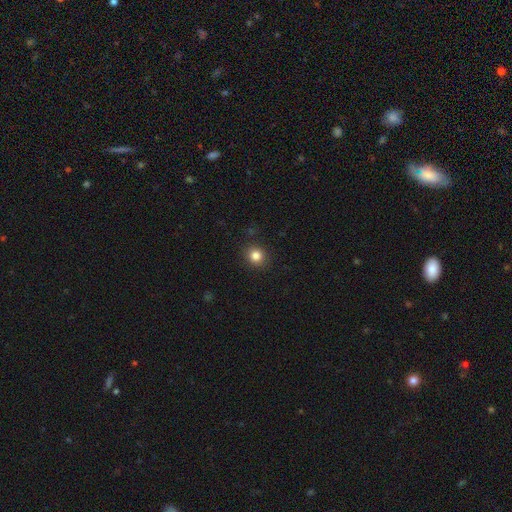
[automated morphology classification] Smooth or featured? smooth (83%)
How rounded? round (86%)
Merging? none (90%)